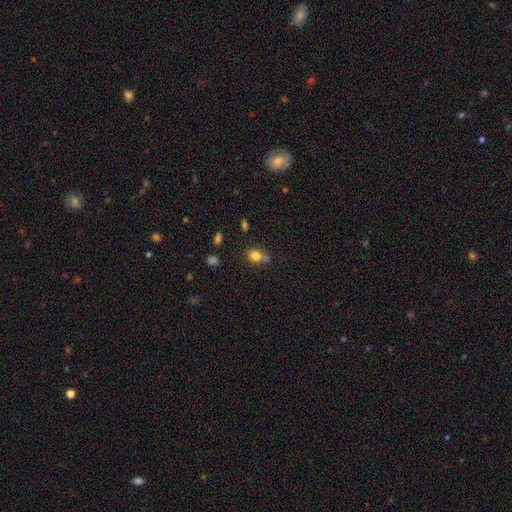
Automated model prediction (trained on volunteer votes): The model was most divided on "how rounded": round: 52%, in between: 47%, cigar-shaped: 1%. More confident: smooth or featured — smooth (80%); merging — none (60%).